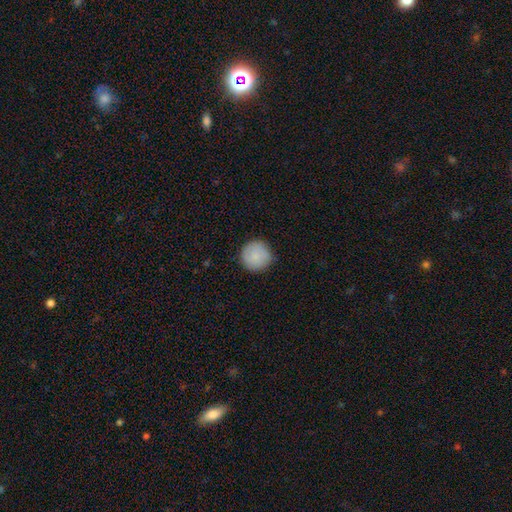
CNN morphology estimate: Smooth or featured? Predicted: smooth (p=0.85). How rounded? Predicted: round (p=0.96). Merging? Predicted: none (p=0.87).